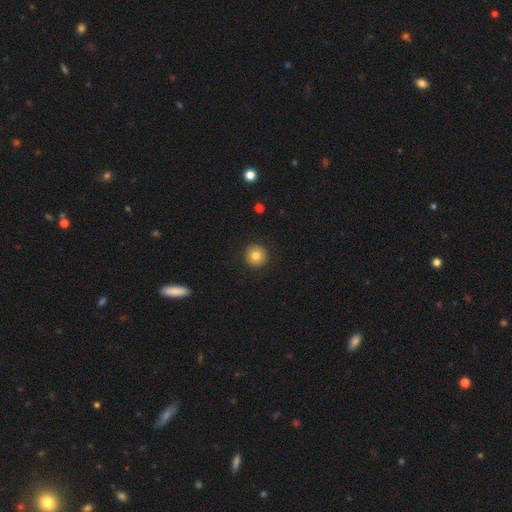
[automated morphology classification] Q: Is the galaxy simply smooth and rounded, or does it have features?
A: smooth — 81%.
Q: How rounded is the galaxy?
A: round — 96%.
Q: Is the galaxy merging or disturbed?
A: none — 93%.